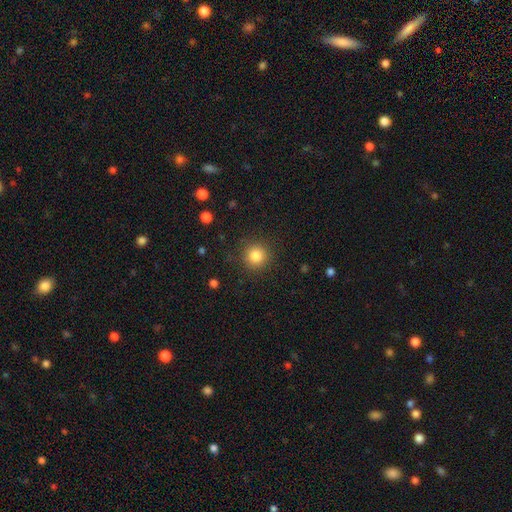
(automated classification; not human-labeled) Smooth or featured? smooth (83%)
How rounded? round (94%)
Merging? none (89%)